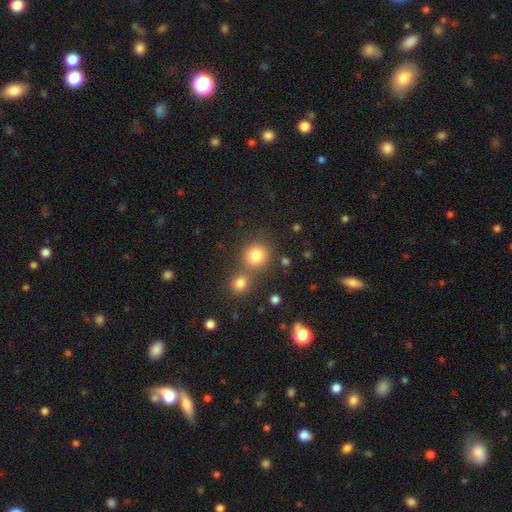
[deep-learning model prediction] Smooth or featured? Predicted: smooth (p=0.81). How rounded? Predicted: round (p=0.87). Merging? Predicted: none (p=0.61).